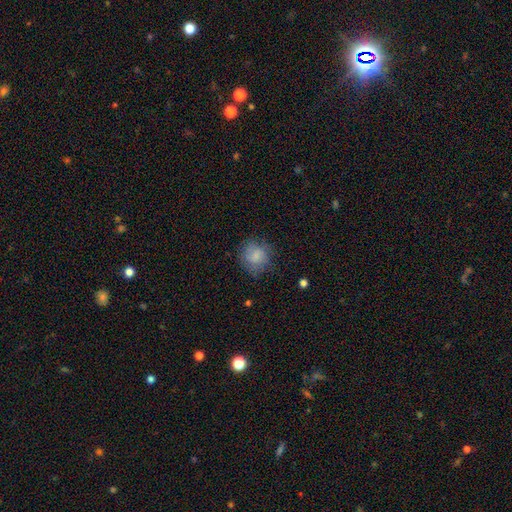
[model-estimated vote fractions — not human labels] A smooth galaxy with no disk features (79%) that is round (83%).

Vote fractions:
- Smooth or featured? smooth: 79% / featured or disk: 12% / star or artifact: 9%
- How rounded? round: 83% / in between: 16% / cigar-shaped: 1%
- Merging? none: 71% / minor disturbance: 20% / major disturbance: 8% / merger: 1%